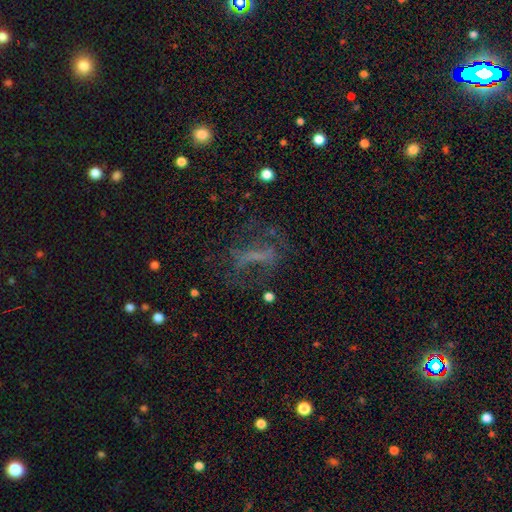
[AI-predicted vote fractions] A featured or disk galaxy (44%).

Vote fractions:
- Smooth or featured? featured or disk: 44% / smooth: 29% / star or artifact: 27%
- Merging? none: 52% / major disturbance: 27% / minor disturbance: 17% / merger: 4%